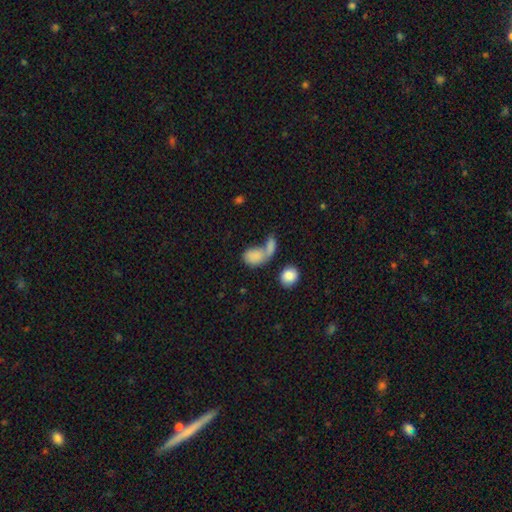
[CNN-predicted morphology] smooth_or_featured: smooth (p=0.81) [alt: featured or disk p=0.11]
how_rounded: in between (p=0.82) [alt: round p=0.15]
merging: merger (p=0.54) [alt: none p=0.23]